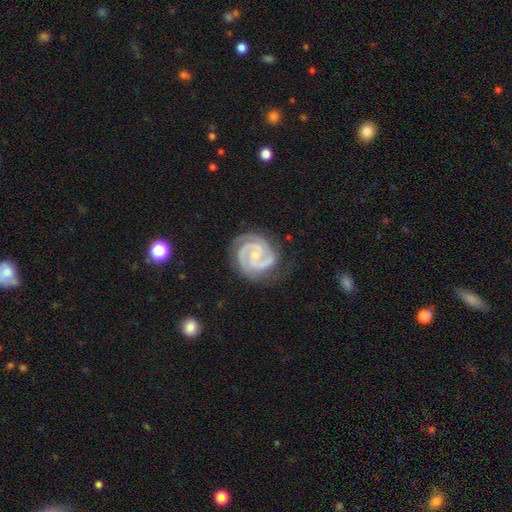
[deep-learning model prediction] Smooth or featured? Predicted: featured or disk (p=0.93). Edge-on disk? Predicted: no (p=0.98). Bar? Predicted: no (p=0.52). Spiral arms? Predicted: yes (p=0.99). Spiral winding? Predicted: tight (p=0.68). Spiral arm count? Predicted: 2 (p=0.73). Bulge size? Predicted: small (p=0.73). Merging? Predicted: none (p=0.78).